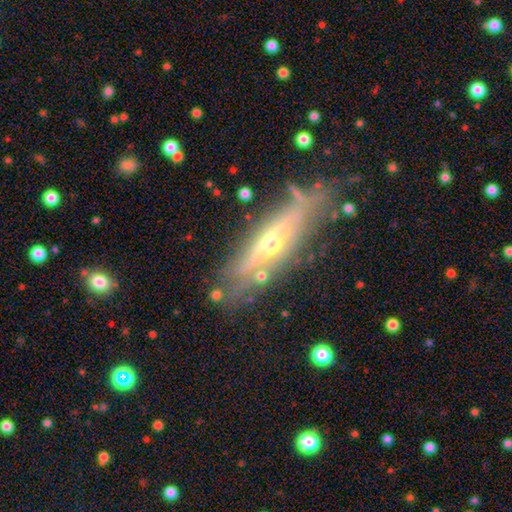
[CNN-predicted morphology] Smooth or featured?
  - featured or disk: 75% *
  - smooth: 18%
  - star or artifact: 7%
Edge-on disk?
  - yes: 81% *
  - no: 19%
Edge-on bulge?
  - rounded: 81% *
  - none: 13%
  - boxy: 5%
Merging?
  - none: 71% *
  - minor disturbance: 18%
  - major disturbance: 7%
  - merger: 3%